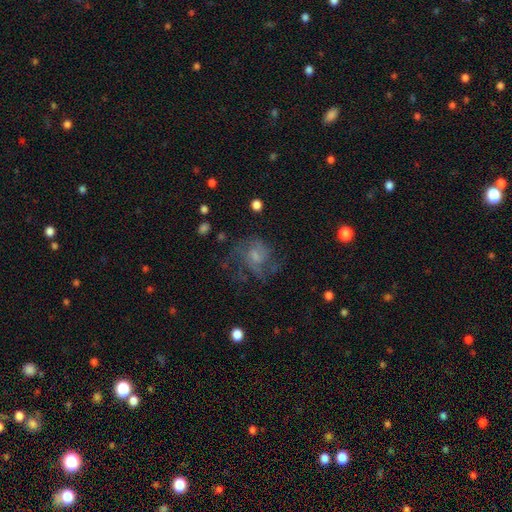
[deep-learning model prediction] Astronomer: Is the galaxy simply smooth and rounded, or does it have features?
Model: featured or disk — 56%.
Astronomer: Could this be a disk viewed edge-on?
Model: no — 97%.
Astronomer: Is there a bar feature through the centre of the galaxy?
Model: no — 65%.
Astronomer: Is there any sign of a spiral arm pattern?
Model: yes — 70%.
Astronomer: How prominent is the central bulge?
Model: small — 42% (runner-up: moderate, 33%).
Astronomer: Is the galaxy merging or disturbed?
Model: none — 46% (runner-up: major disturbance, 31%).